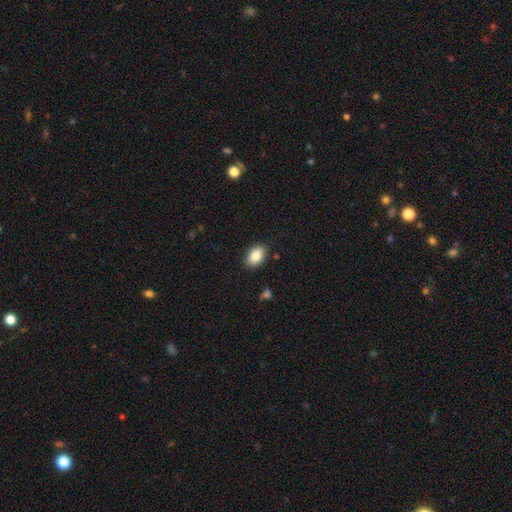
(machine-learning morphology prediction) A smooth galaxy with no disk features (85%) that is in between round and cigar-shaped (89%). Merging: none (88%).